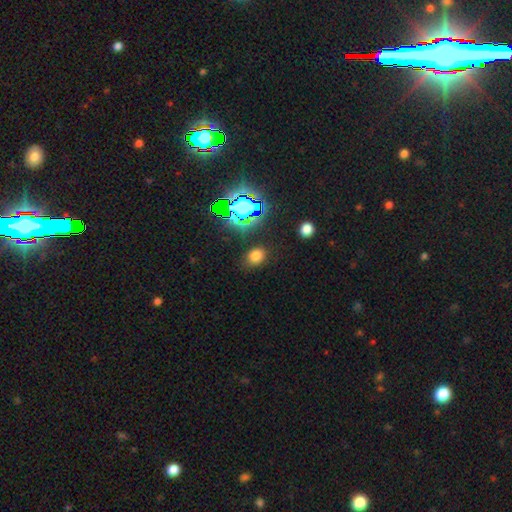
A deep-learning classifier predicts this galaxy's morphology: Smooth or featured? Predicted: smooth (p=0.71). How rounded? Predicted: in between (p=0.54). Merging? Predicted: none (p=0.84).